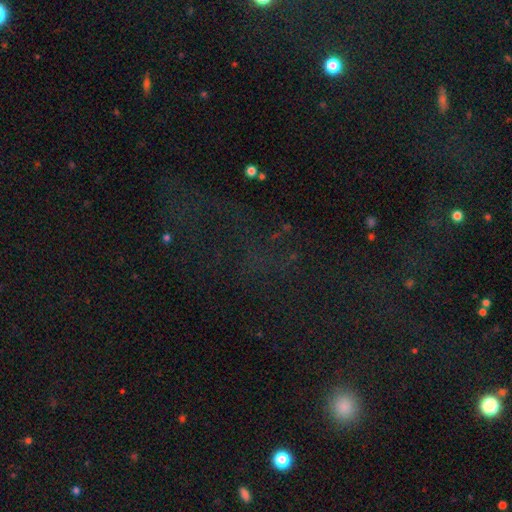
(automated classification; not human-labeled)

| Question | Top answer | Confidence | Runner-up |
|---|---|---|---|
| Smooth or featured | star or artifact | 65% | smooth (21%) |